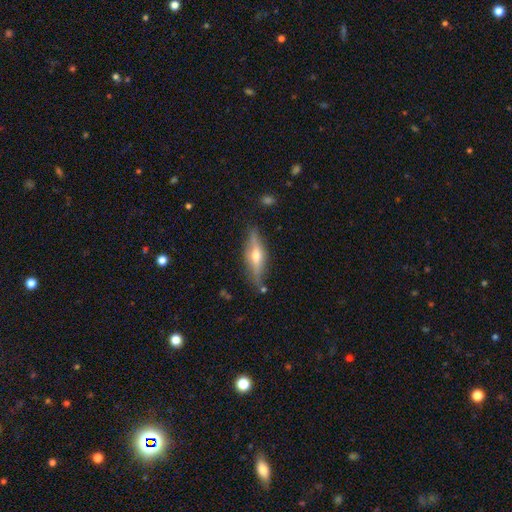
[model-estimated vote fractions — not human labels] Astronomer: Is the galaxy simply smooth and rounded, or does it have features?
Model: featured or disk — 65%.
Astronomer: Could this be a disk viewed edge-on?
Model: yes — 92%.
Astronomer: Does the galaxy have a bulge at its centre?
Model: rounded — 90%.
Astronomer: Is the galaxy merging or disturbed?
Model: none — 80%.